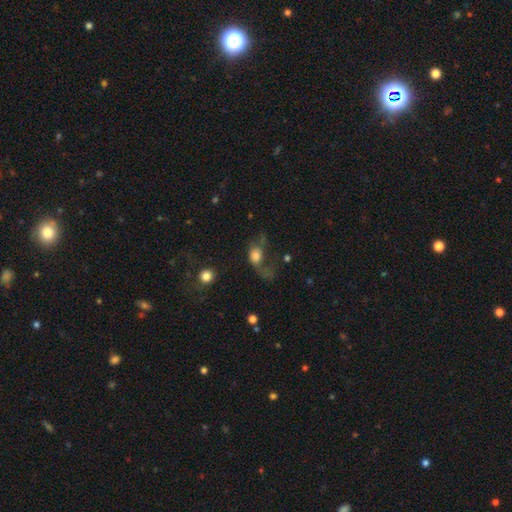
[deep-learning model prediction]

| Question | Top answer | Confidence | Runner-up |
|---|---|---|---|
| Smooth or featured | smooth | 66% | featured or disk (22%) |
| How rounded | in between | 56% | round (41%) |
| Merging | major disturbance | 54% | none (23%) |